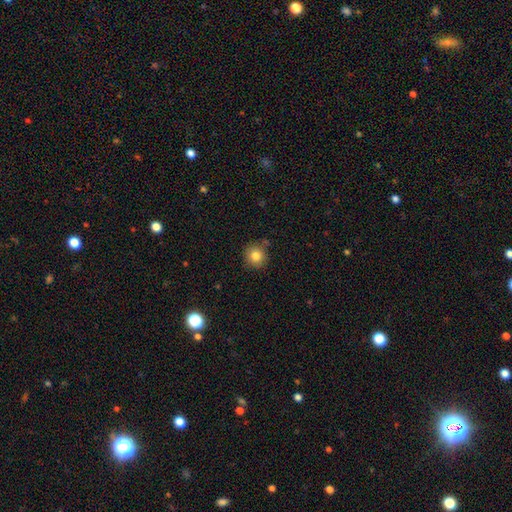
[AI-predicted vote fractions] Q: Smooth or featured?
A: smooth (82%); runner-up: star or artifact (11%)
Q: How rounded?
A: round (92%); runner-up: in between (7%)
Q: Merging?
A: none (83%); runner-up: minor disturbance (10%)